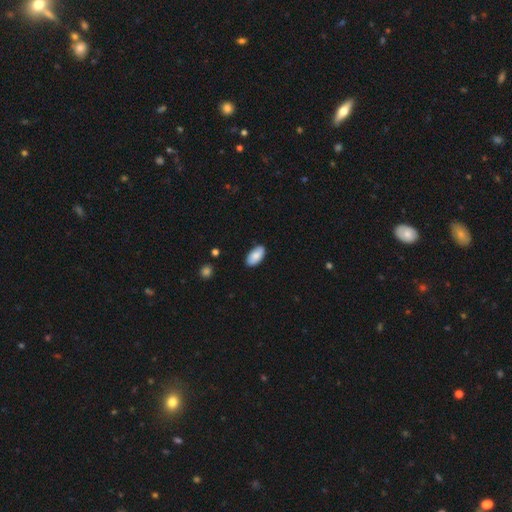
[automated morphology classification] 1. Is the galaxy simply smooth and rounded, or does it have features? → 86% smooth, 8% featured or disk, 6% star or artifact.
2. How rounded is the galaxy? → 95% in between, 3% cigar-shaped, 2% round.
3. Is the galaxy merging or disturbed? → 85% none, 11% minor disturbance, 2% major disturbance, 1% merger.